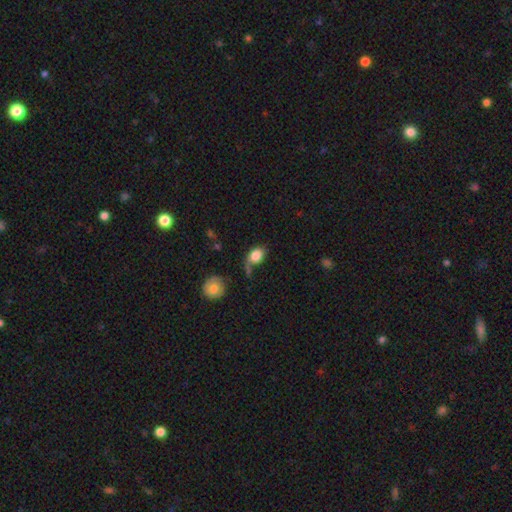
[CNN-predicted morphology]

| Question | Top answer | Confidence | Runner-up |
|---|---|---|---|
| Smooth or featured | smooth | 82% | featured or disk (10%) |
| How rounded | in between | 72% | round (26%) |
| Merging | none | 45% | minor disturbance (25%) |